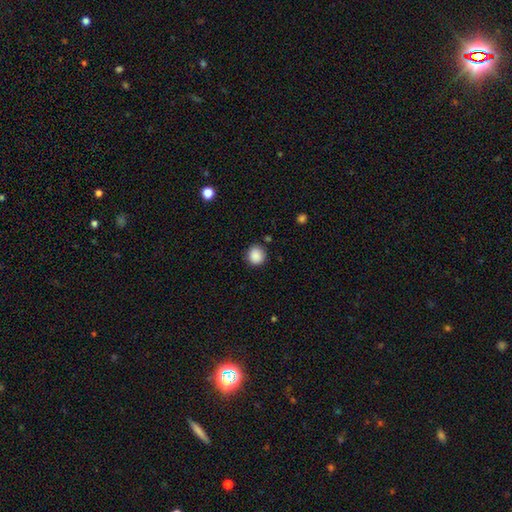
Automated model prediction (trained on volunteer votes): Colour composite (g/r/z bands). It shows a smooth galaxy with no disk features (88%) that is round (89%). Merging: none (86%).